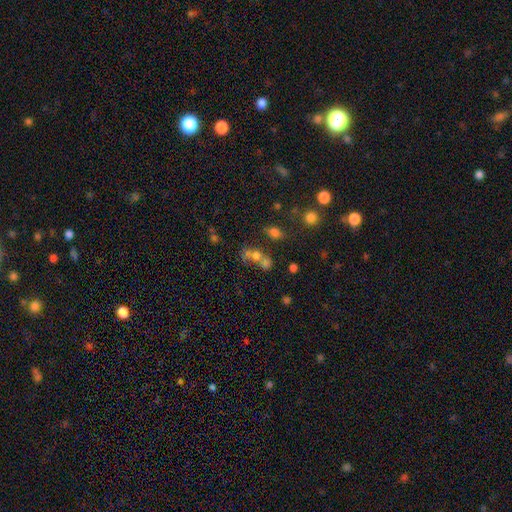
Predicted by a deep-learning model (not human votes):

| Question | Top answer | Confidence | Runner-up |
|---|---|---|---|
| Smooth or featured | smooth | 63% | star or artifact (20%) |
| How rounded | round | 52% | in between (45%) |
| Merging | merger | 55% | none (30%) |